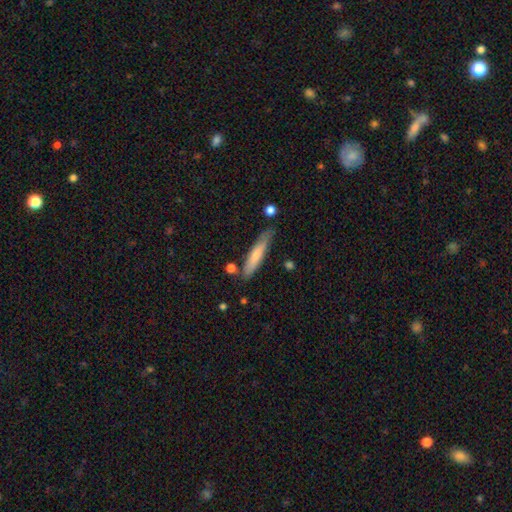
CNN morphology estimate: smooth 69%, featured or disk 25%, star or artifact 6%. Down the decision tree: how rounded — cigar-shaped (86%); merging — none (76%).